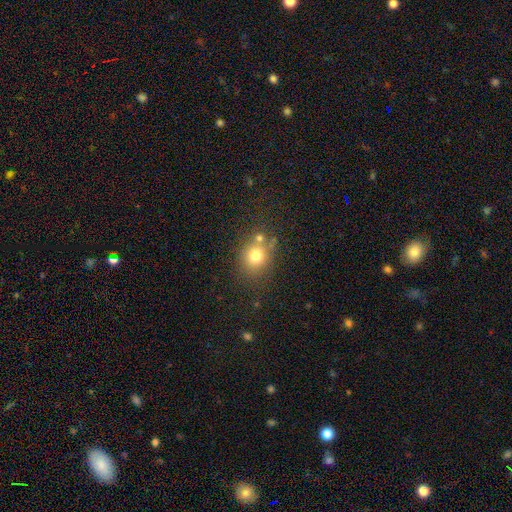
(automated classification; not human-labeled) smooth 75%, star or artifact 13%, featured or disk 12%. Down the decision tree: how rounded — round (67%); merging — none (63%).